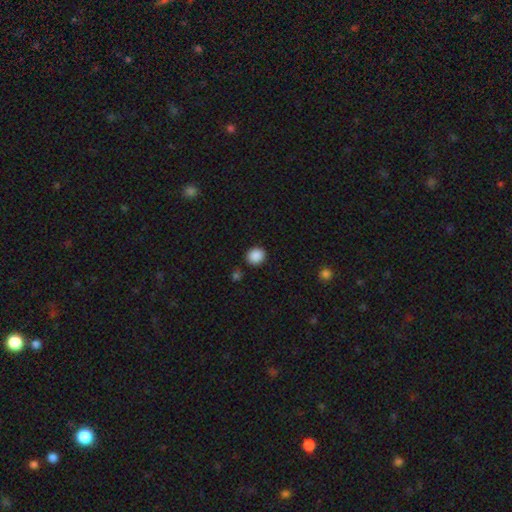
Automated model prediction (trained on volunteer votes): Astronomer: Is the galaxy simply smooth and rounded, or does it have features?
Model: smooth — 88%.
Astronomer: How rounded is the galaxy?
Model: round — 81%.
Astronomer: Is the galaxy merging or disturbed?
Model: none — 87%.